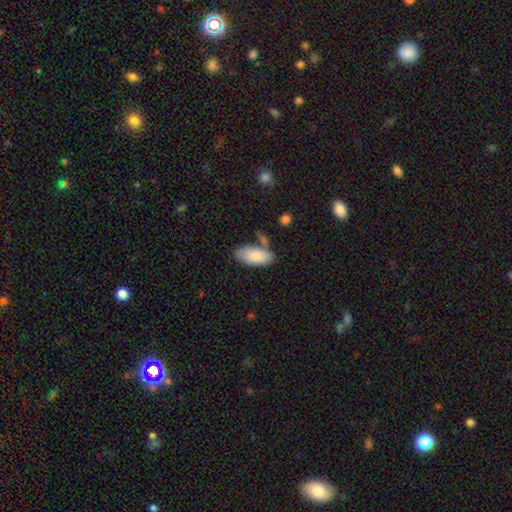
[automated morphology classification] smooth_or_featured: smooth (p=0.85) [alt: featured or disk p=0.09]
how_rounded: in between (p=0.93) [alt: cigar-shaped p=0.05]
merging: none (p=0.66) [alt: minor disturbance p=0.20]